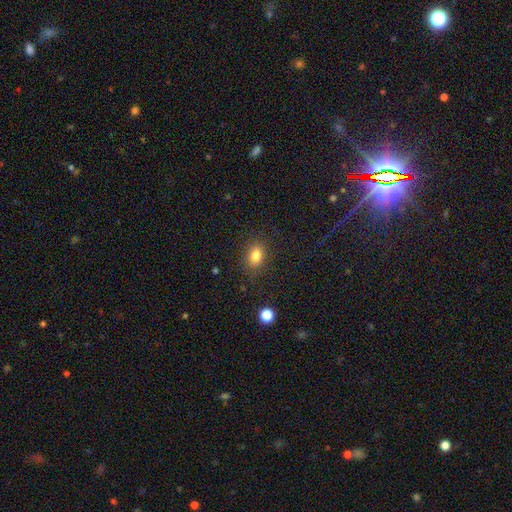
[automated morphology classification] The model was most divided on "how rounded": in between: 67%, round: 32%, cigar-shaped: 1%. More confident: merging — none (85%); smooth or featured — smooth (82%).